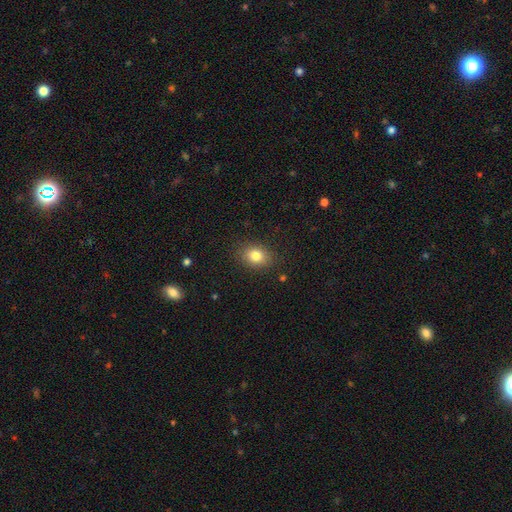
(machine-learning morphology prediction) smooth_or_featured: smooth (p=0.81) [alt: star or artifact p=0.10]
how_rounded: in between (p=0.58) [alt: round p=0.41]
merging: none (p=0.87) [alt: minor disturbance p=0.09]